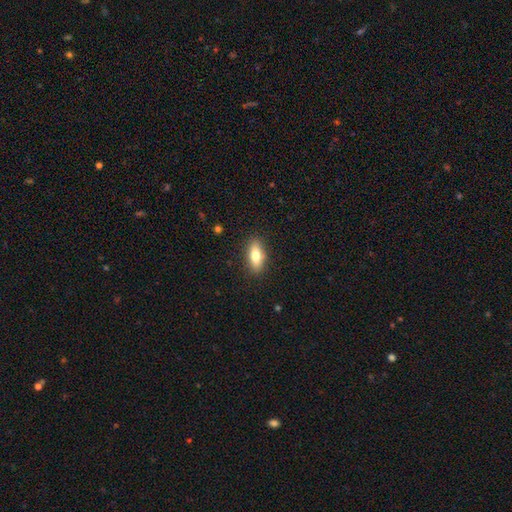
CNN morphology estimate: A smooth galaxy with no disk features (73%) that is in between round and cigar-shaped (70%).

Vote fractions:
- Smooth or featured? smooth: 73% / featured or disk: 20% / star or artifact: 7%
- How rounded? in between: 70% / cigar-shaped: 27% / round: 3%
- Merging? none: 88% / minor disturbance: 9% / major disturbance: 2% / merger: 1%